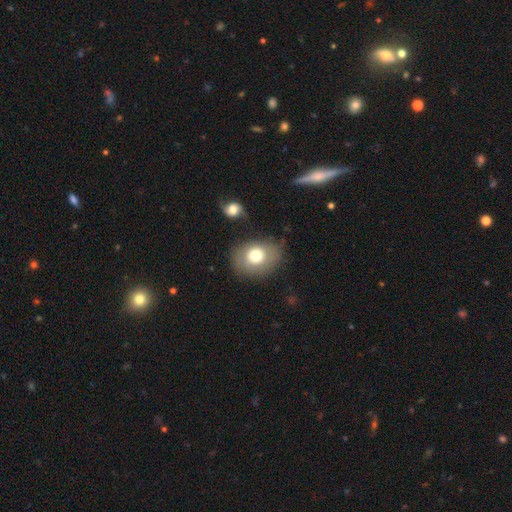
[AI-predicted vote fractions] smooth-or-featured: smooth: 70% | featured or disk: 21% | star or artifact: 9%
  how-rounded: in between: 52% | round: 47% | cigar-shaped: 1%
  merging: none: 69% | minor disturbance: 19% | major disturbance: 7% | merger: 6%